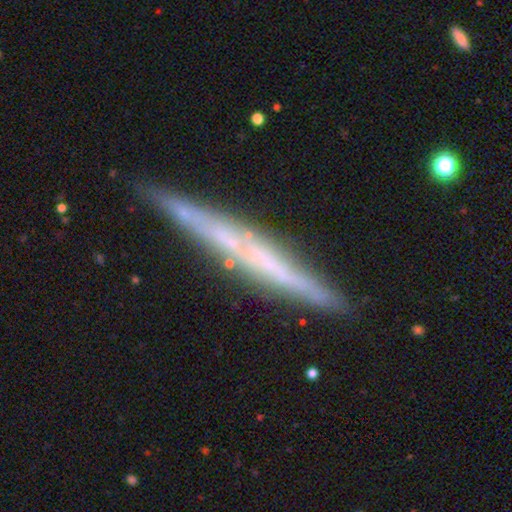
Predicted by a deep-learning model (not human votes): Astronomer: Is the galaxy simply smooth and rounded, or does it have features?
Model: featured or disk — 70%.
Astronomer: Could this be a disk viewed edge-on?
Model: yes — 96%.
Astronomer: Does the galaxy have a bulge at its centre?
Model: none — 77%.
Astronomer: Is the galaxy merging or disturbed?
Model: none — 83%.